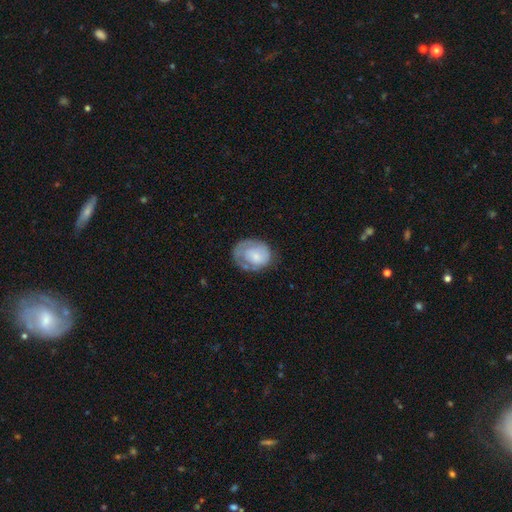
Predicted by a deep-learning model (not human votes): The model was most divided on "how rounded": round: 53%, in between: 47%, cigar-shaped: 1%. Remaining: smooth or featured — smooth (55%); merging — none (48%).